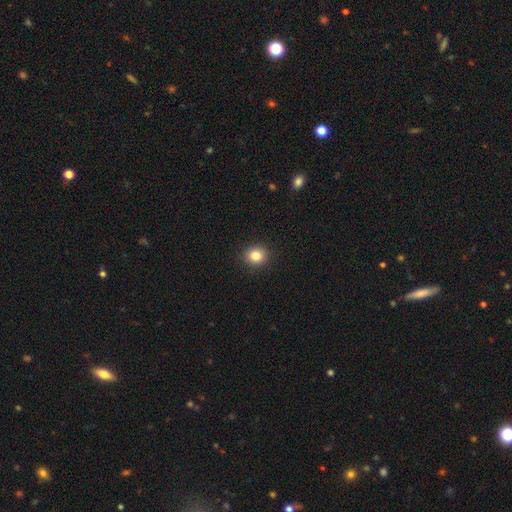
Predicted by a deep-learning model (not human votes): Smooth or featured? smooth (83%)
How rounded? round (79%)
Merging? none (92%)